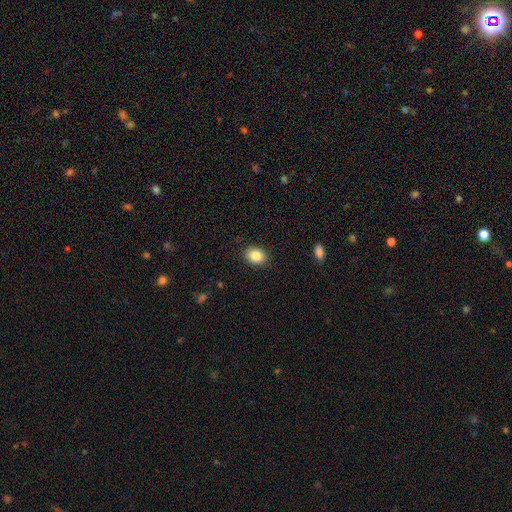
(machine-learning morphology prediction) Smooth or featured?
  - smooth: 85% *
  - star or artifact: 9%
  - featured or disk: 6%
How rounded?
  - in between: 59% *
  - round: 40%
  - cigar-shaped: 1%
Merging?
  - none: 89% *
  - minor disturbance: 8%
  - major disturbance: 2%
  - merger: 1%